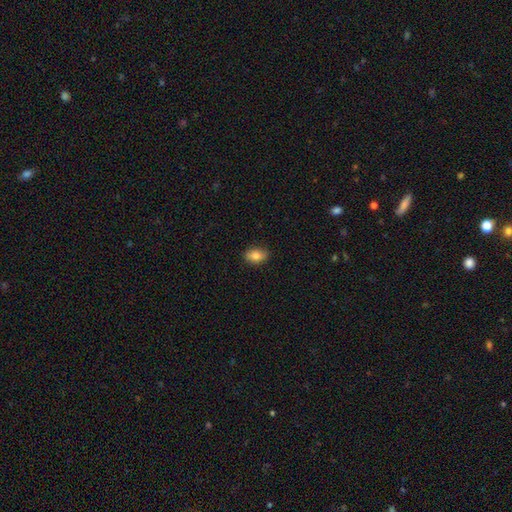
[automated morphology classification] type=smooth (81%); roundness=in between (83%); merging=none (85%).